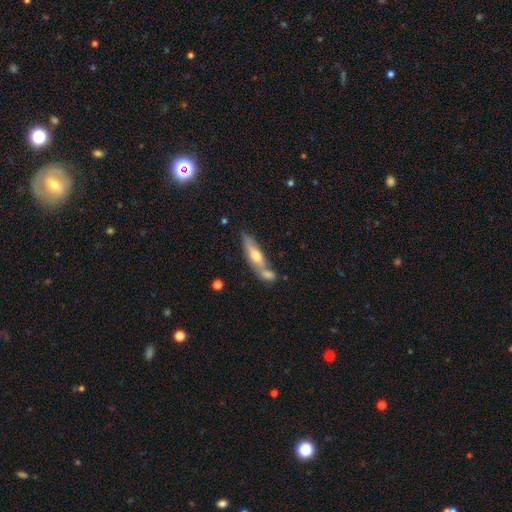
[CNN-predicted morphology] This appears to be a smooth galaxy with no disk features (49%). Merging: none (43%).